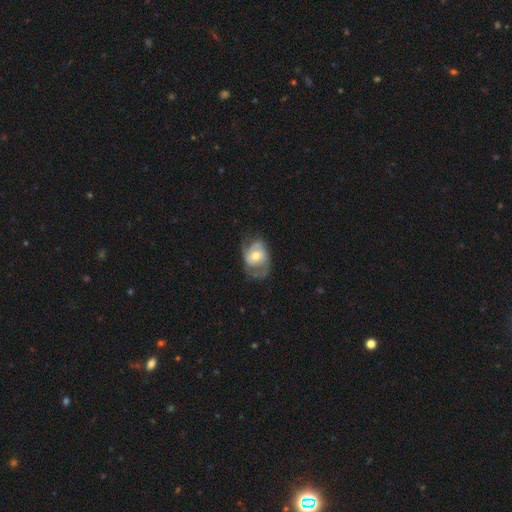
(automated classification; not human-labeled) Morphology: type=featured or disk (65%); edge-on=no (96%); bar=no (67%); spiral arms=yes (80%); winding=medium (43%); arm count=2 (58%); bulge=moderate (69%); merging=none (50%).